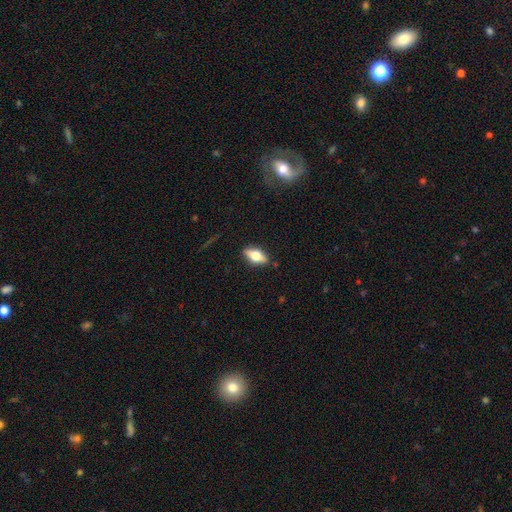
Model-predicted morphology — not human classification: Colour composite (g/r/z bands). It shows a smooth galaxy with no disk features (51%) that is in between round and cigar-shaped (79%). Merging: none (85%).